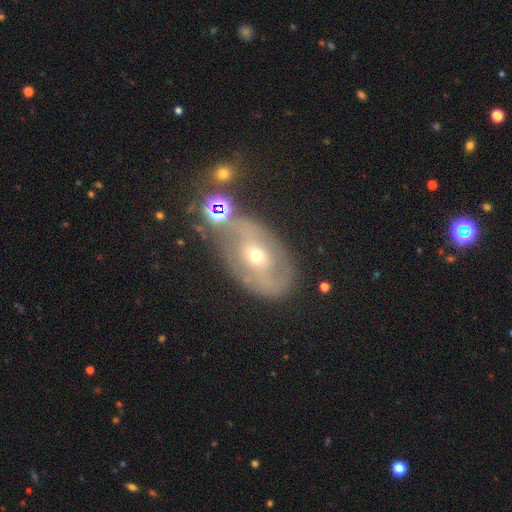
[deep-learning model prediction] smooth-or-featured: featured or disk: 64% | smooth: 25% | star or artifact: 11%
  disk-edge-on: no: 93% | yes: 7%
    bar: no: 50% | weak: 33% | strong: 16%
    has-spiral-arms: yes: 58% | no: 42%
    bulge-size: moderate: 56% | small: 39% | large: 3% | dominant: 1% | none: 1%
  merging: none: 60% | minor disturbance: 20% | major disturbance: 10% | merger: 10%